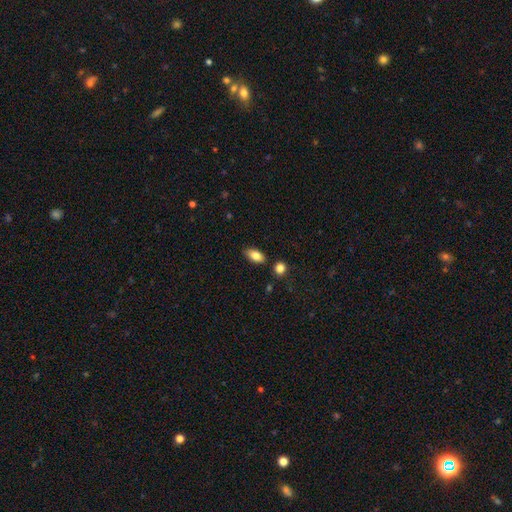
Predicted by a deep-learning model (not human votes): The model was most divided on "merging": none: 77%, minor disturbance: 15%, merger: 5%, major disturbance: 3%. More confident: how rounded — in between (90%); smooth or featured — smooth (84%).